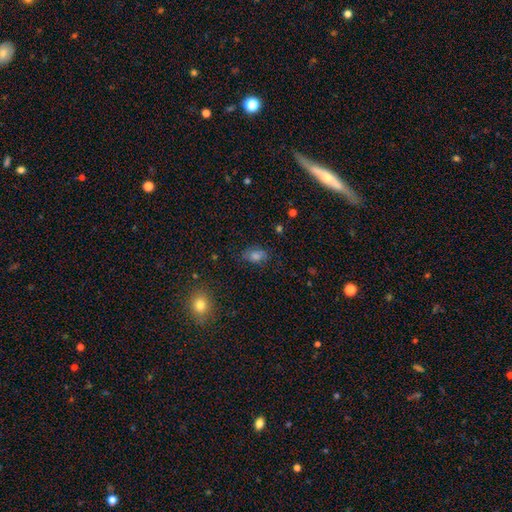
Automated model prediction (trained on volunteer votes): The model was most divided on "smooth or featured": smooth: 61%, star or artifact: 21%, featured or disk: 18%. More confident: how rounded — in between (80%); merging — none (78%).